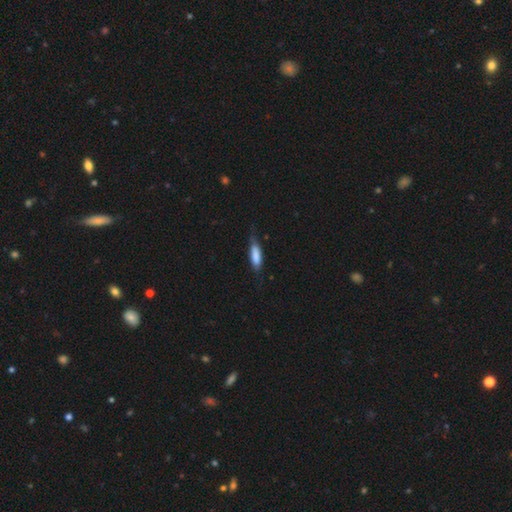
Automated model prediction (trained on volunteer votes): Q: Smooth or featured?
A: smooth (78%); runner-up: featured or disk (16%)
Q: How rounded?
A: in between (49%); tied with: cigar-shaped (49%)
Q: Merging?
A: none (62%); runner-up: minor disturbance (28%)